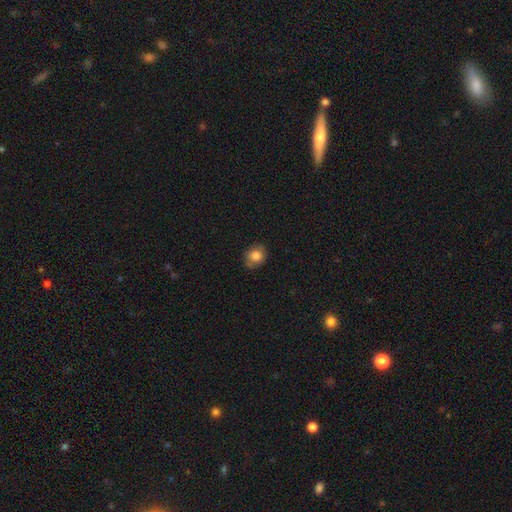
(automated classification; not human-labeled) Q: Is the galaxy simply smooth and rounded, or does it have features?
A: smooth — 80%.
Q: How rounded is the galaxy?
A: round — 62%.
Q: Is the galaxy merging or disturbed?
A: none — 73%.